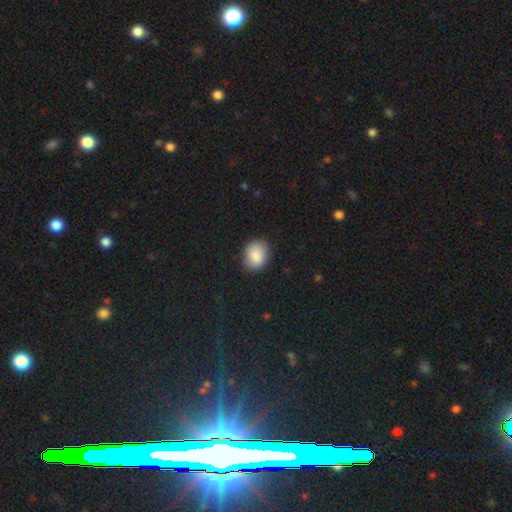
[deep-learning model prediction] Q: Smooth or featured?
A: smooth (85%); runner-up: featured or disk (8%)
Q: How rounded?
A: in between (55%); runner-up: round (44%)
Q: Merging?
A: none (83%); runner-up: minor disturbance (13%)